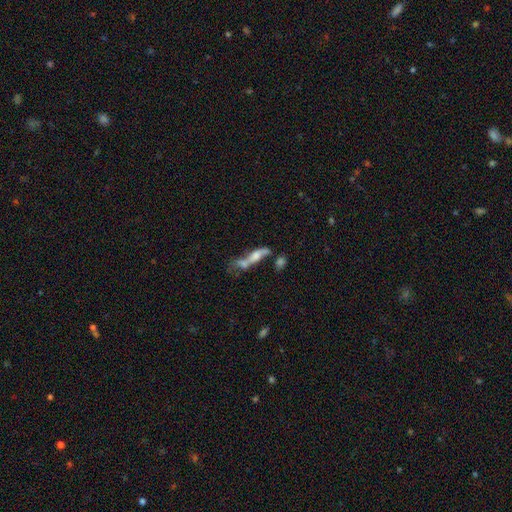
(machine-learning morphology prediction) smooth_or_featured: featured or disk (p=0.46) [alt: smooth p=0.43]
merging: merger (p=0.48) [alt: none p=0.23]